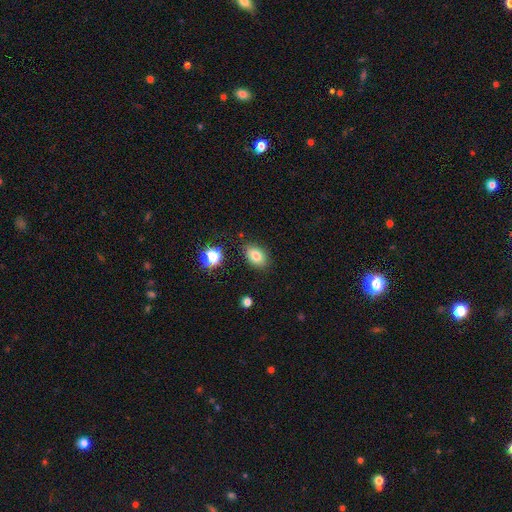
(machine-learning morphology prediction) A smooth galaxy with no disk features (80%) that is in between round and cigar-shaped (83%). Merging: none (84%).